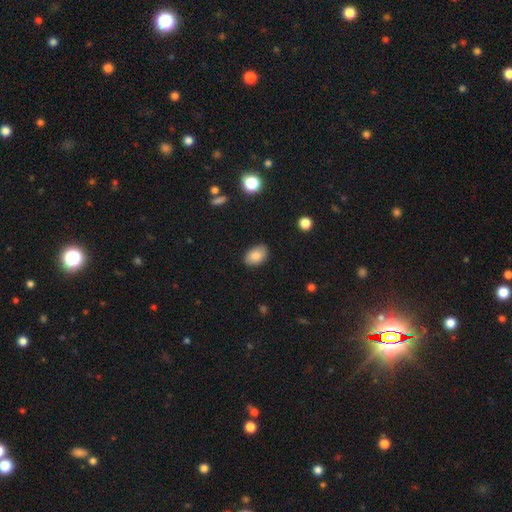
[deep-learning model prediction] This is clearly a smooth galaxy (85%). How rounded: clearly in between (88%). Merging: clearly none (85%).